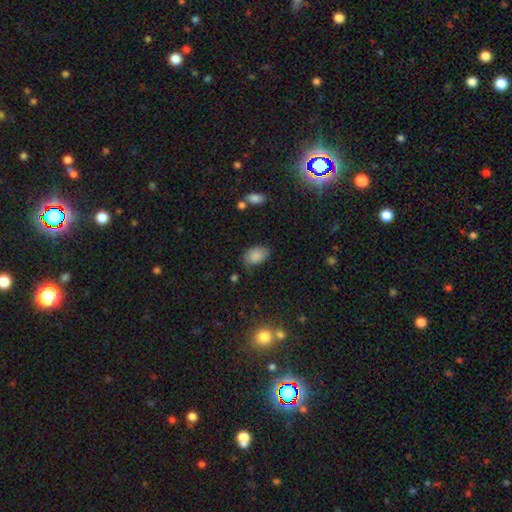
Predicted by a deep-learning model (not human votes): Smooth or featured? smooth (85%)
How rounded? in between (89%)
Merging? none (69%)